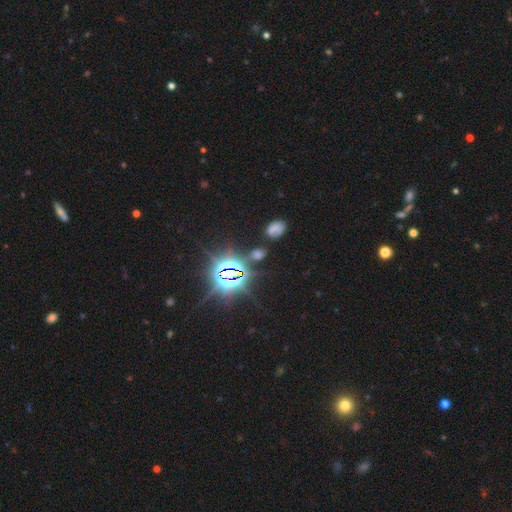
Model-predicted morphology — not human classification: The model was most divided on "smooth or featured": star or artifact: 75%, smooth: 16%, featured or disk: 10%.